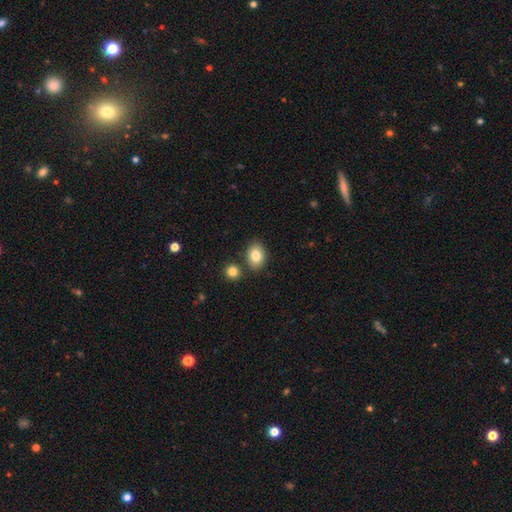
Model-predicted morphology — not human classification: A smooth galaxy with no disk features (83%) that is in between round and cigar-shaped (68%).

Vote fractions:
- Smooth or featured? smooth: 83% / featured or disk: 9% / star or artifact: 8%
- How rounded? in between: 68% / round: 31% / cigar-shaped: 1%
- Merging? none: 79% / minor disturbance: 10% / merger: 8% / major disturbance: 3%